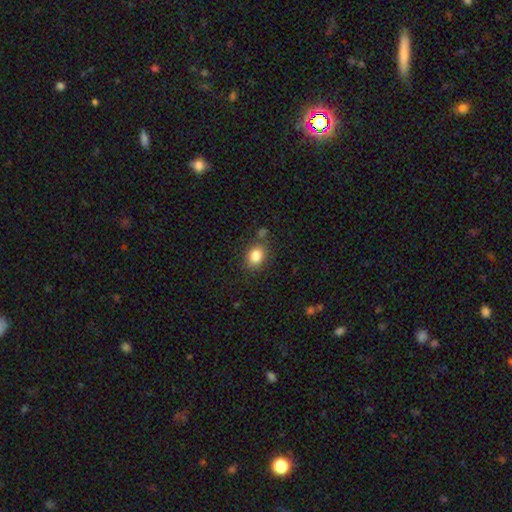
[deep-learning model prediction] Smooth or featured? Predicted: smooth (p=0.84). How rounded? Predicted: in between (p=0.50). Merging? Predicted: none (p=0.76).